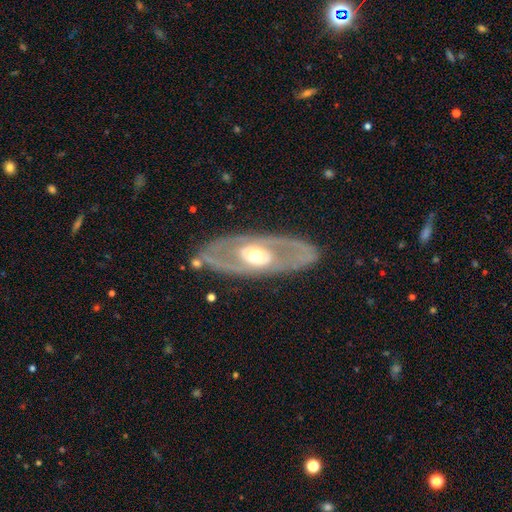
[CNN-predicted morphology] smooth-or-featured: featured or disk: 80% | smooth: 15% | star or artifact: 4%
  disk-edge-on: no: 87% | yes: 13%
    bar: no: 72% | weak: 19% | strong: 9%
    has-spiral-arms: yes: 54% | no: 46%
    bulge-size: moderate: 70% | small: 14% | large: 14% | dominant: 1% | none: 1%
  merging: none: 82% | minor disturbance: 11% | major disturbance: 5% | merger: 2%